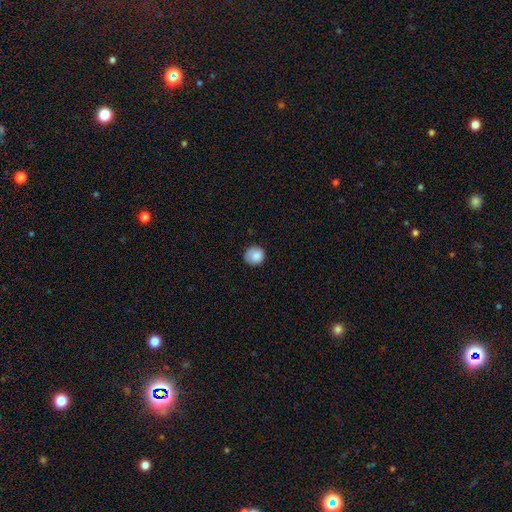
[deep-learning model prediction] smooth_or_featured: smooth (p=0.86) [alt: star or artifact p=0.09]
how_rounded: round (p=0.91) [alt: in between p=0.08]
merging: none (p=0.80) [alt: minor disturbance p=0.16]